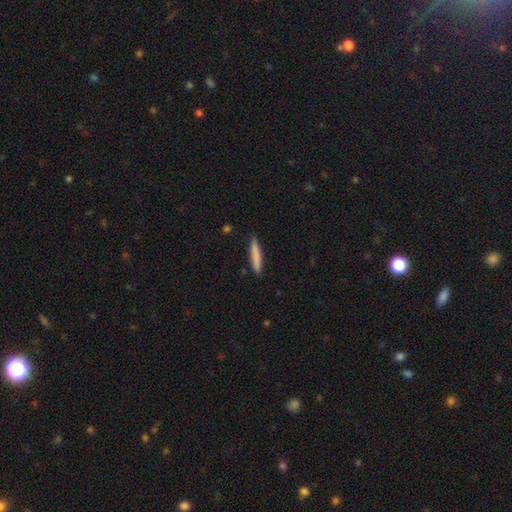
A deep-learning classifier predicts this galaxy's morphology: smooth-or-featured: smooth: 82% | featured or disk: 12% | star or artifact: 6%
  how-rounded: cigar-shaped: 92% | in between: 7% | round: 1%
  merging: none: 88% | minor disturbance: 9% | major disturbance: 2% | merger: 1%